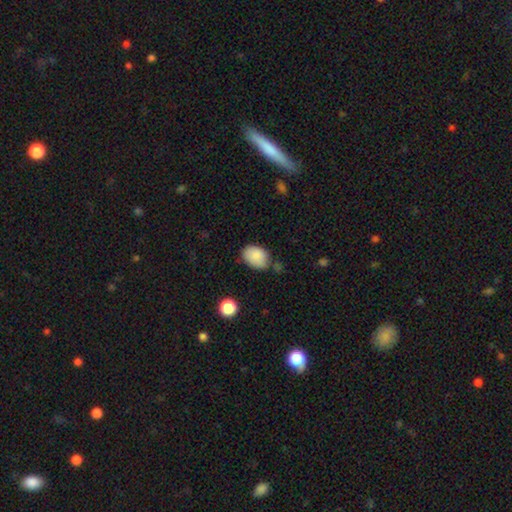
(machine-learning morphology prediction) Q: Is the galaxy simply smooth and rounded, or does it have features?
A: smooth — 87%.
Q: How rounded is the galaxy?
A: in between — 80%.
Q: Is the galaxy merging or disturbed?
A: none — 60%.